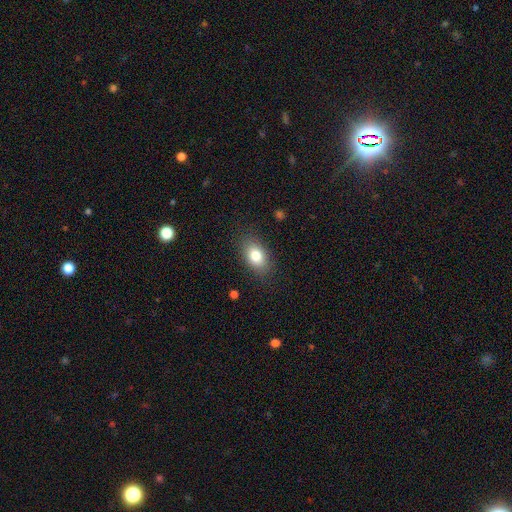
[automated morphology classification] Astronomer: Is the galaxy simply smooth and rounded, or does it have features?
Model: smooth — 80%.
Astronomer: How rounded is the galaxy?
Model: in between — 85%.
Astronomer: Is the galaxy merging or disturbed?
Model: none — 85%.